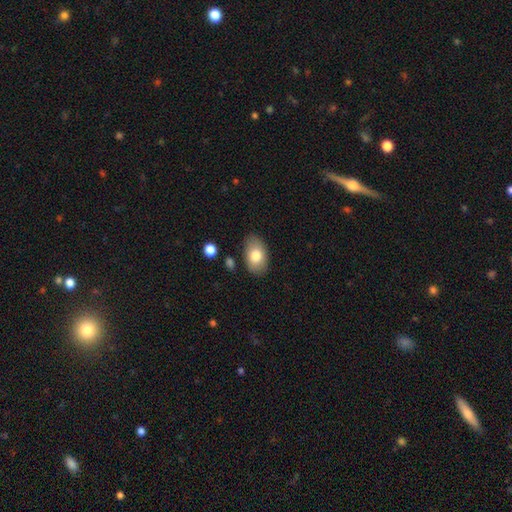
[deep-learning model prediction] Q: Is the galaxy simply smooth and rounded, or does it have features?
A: smooth — 79%.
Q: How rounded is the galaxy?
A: in between — 90%.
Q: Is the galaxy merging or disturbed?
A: none — 83%.